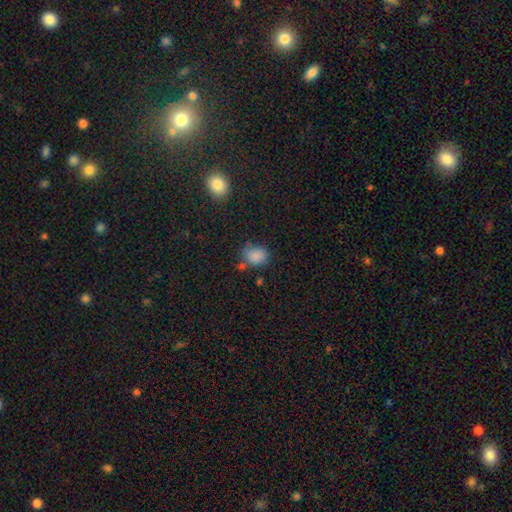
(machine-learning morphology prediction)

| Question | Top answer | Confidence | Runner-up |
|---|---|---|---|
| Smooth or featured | smooth | 84% | star or artifact (11%) |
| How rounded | in between | 54% | round (45%) |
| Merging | none | 62% | minor disturbance (22%) |